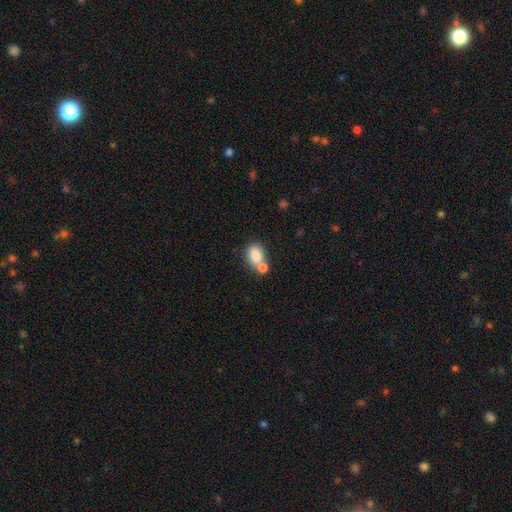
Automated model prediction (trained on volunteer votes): Smooth or featured? smooth (83%)
How rounded? in between (74%)
Merging? none (42%, tied with merger)